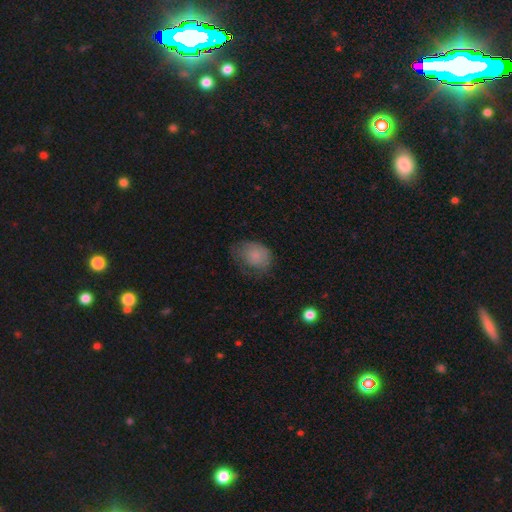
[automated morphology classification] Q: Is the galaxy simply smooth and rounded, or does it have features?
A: smooth — 74%.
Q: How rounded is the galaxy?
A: in between — 62%.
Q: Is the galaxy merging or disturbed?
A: none — 43%.